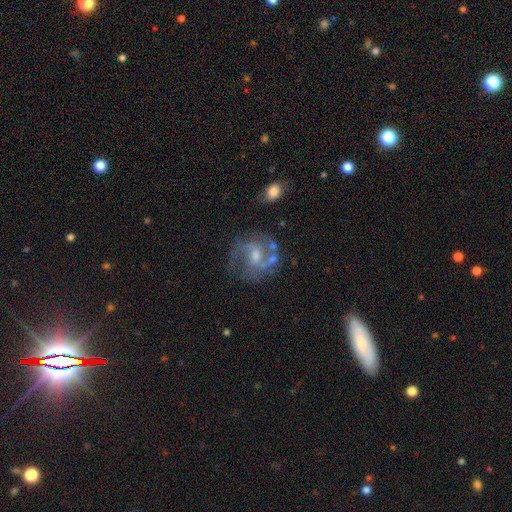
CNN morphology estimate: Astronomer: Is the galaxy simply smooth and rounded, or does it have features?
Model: featured or disk — 78%.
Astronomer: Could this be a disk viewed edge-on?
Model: no — 97%.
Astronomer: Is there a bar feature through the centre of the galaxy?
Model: weak — 50% (runner-up: no, 36%).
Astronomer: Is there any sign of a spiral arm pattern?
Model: yes — 89%.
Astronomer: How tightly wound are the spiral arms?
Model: medium — 53%.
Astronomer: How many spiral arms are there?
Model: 2 — 73%.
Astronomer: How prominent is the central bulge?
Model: moderate — 47% (runner-up: small, 41%).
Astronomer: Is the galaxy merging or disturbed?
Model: none — 63%.